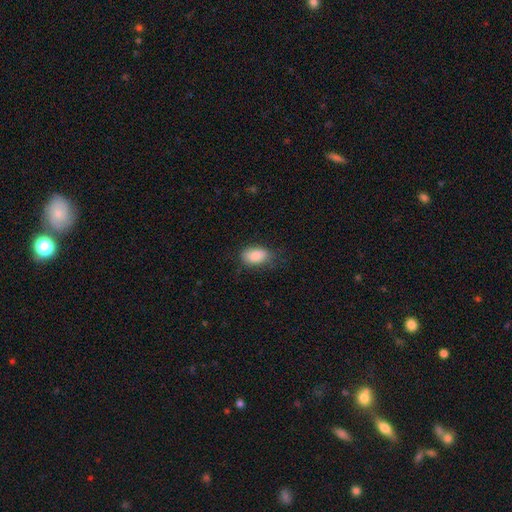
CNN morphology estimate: Overall: smooth (87%). How rounded: in between (91%). Merging: none (70%).